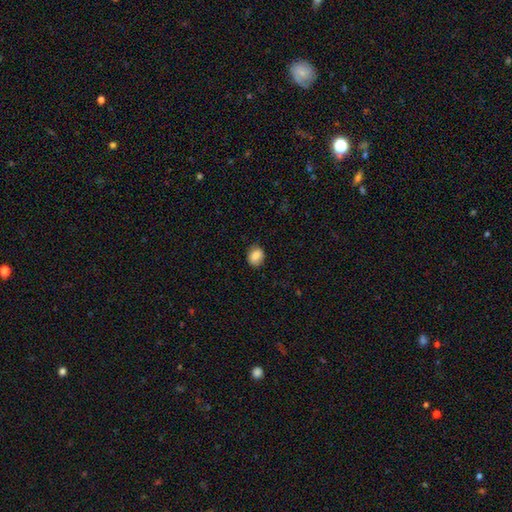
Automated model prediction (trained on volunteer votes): smooth_or_featured: smooth (p=0.86) [alt: star or artifact p=0.08]
how_rounded: round (p=0.58) [alt: in between p=0.41]
merging: none (p=0.81) [alt: minor disturbance p=0.15]